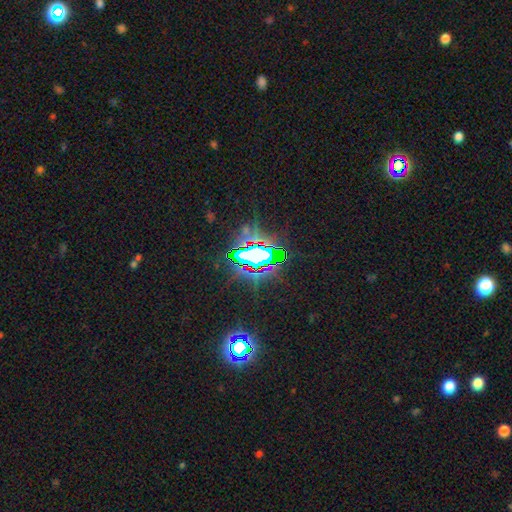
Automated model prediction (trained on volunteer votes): Smooth or featured: star or artifact — 72% (smooth — 15%)